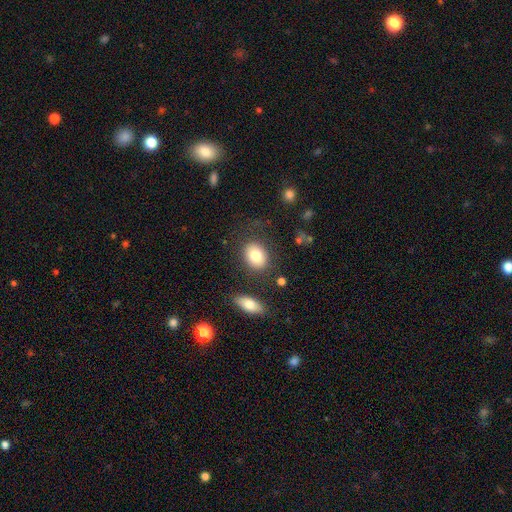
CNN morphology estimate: Smooth or featured? smooth (81%)
How rounded? in between (64%)
Merging? none (78%)